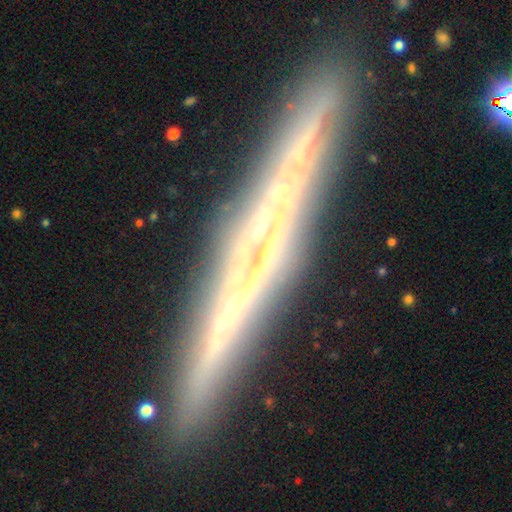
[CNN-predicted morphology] Smooth or featured?
  - featured or disk: 71% *
  - smooth: 17%
  - star or artifact: 12%
Edge-on disk?
  - yes: 94% *
  - no: 6%
Edge-on bulge?
  - none: 81% *
  - rounded: 11%
  - boxy: 8%
Merging?
  - none: 86% *
  - minor disturbance: 9%
  - major disturbance: 2%
  - merger: 2%